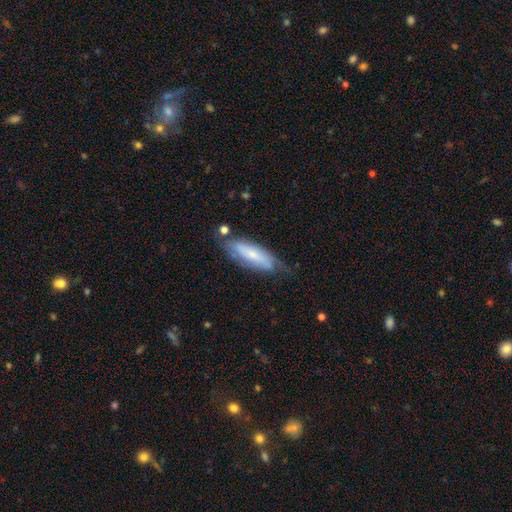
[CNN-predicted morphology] Smooth or featured?
  - smooth: 52% *
  - featured or disk: 39%
  - star or artifact: 9%
How rounded?
  - cigar-shaped: 52% *
  - in between: 46%
  - round: 2%
Merging?
  - none: 69% *
  - minor disturbance: 23%
  - major disturbance: 5%
  - merger: 3%